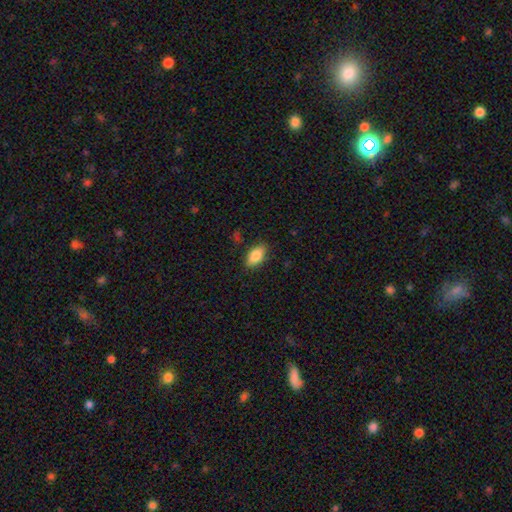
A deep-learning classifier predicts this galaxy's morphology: smooth-or-featured: smooth: 85% | featured or disk: 8% | star or artifact: 7%
  how-rounded: in between: 90% | cigar-shaped: 6% | round: 4%
  merging: none: 83% | minor disturbance: 13% | major disturbance: 3% | merger: 1%